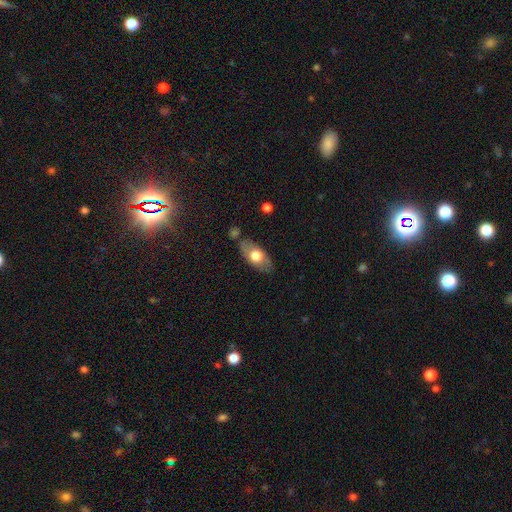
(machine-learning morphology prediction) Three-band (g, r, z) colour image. It shows a smooth galaxy with no disk features (63%) that is in between round and cigar-shaped (88%). Merging: none (78%).